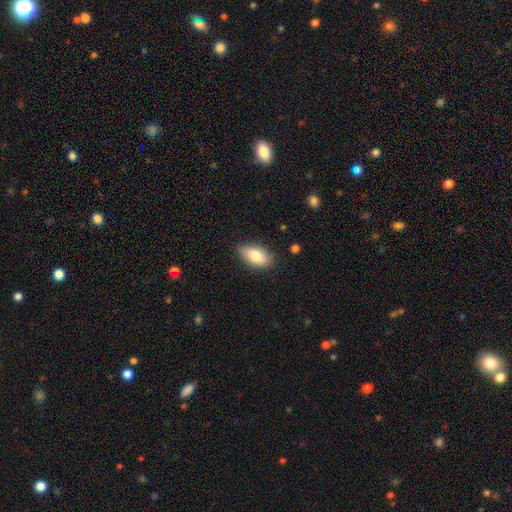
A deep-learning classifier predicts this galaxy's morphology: Smooth or featured? smooth (82%)
How rounded? in between (91%)
Merging? none (83%)